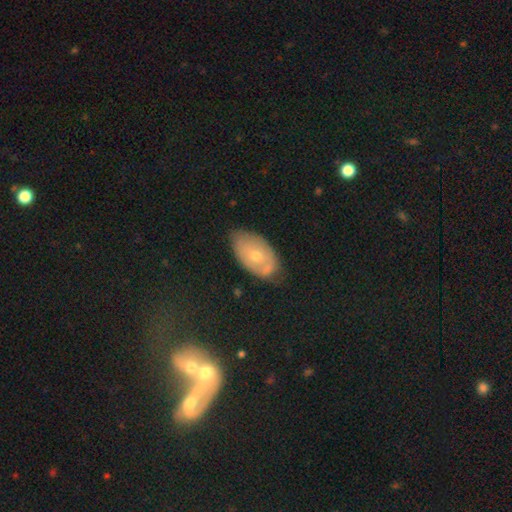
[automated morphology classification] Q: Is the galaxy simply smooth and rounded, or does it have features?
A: smooth — 47%.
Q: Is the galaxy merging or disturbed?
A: none — 63%.